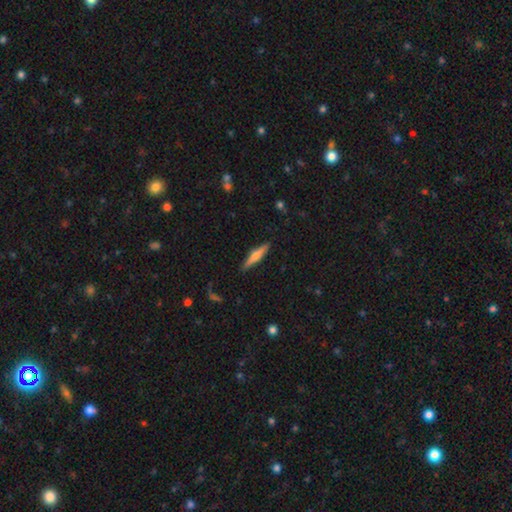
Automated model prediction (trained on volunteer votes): This appears to be a featured or disk galaxy (52%) viewed edge-on (96%). Merging: none (89%).